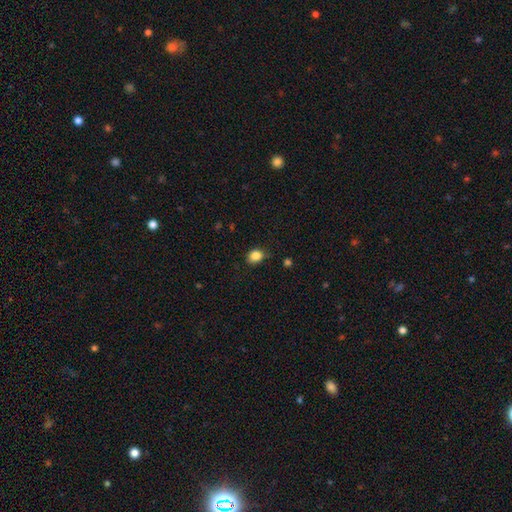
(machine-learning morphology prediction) Smooth or featured?
  - smooth: 85% *
  - star or artifact: 10%
  - featured or disk: 5%
How rounded?
  - round: 52% *
  - in between: 47%
  - cigar-shaped: 1%
Merging?
  - none: 73% *
  - minor disturbance: 21%
  - major disturbance: 4%
  - merger: 2%